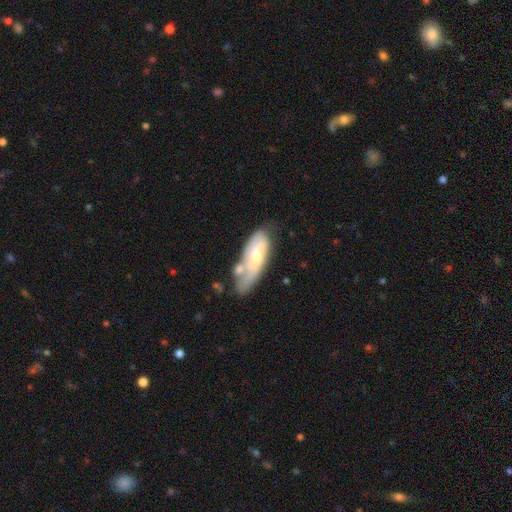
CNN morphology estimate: smooth-or-featured: featured or disk: 57% | smooth: 36% | star or artifact: 7%
  disk-edge-on: no: 85% | yes: 15%
  merging: none: 40% | minor disturbance: 27% | merger: 20% | major disturbance: 14%